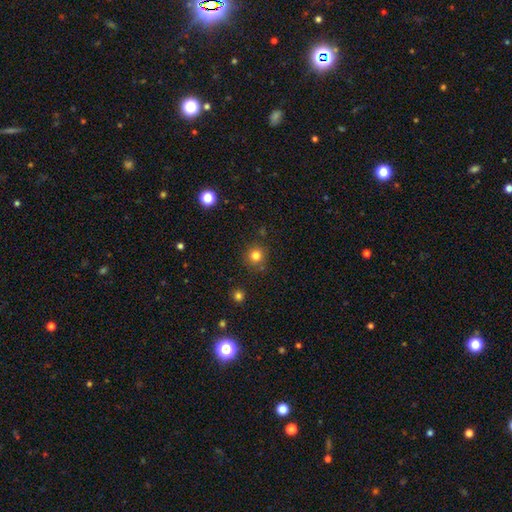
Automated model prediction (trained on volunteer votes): Overall: smooth (81%). How rounded: round (93%). Merging: none (84%).